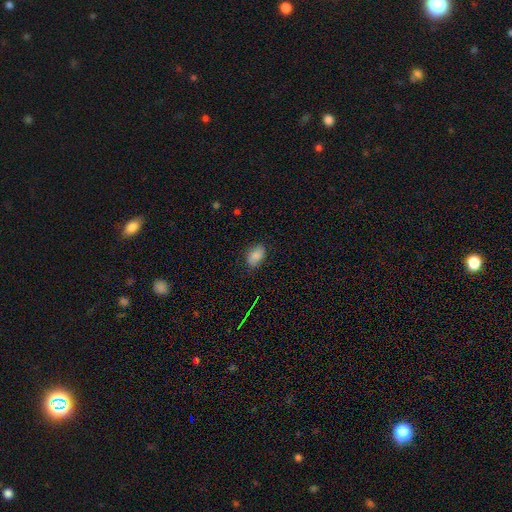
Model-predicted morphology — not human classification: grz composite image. It shows a smooth galaxy with no disk features (84%) that is in between round and cigar-shaped (86%). Merging: none (78%).